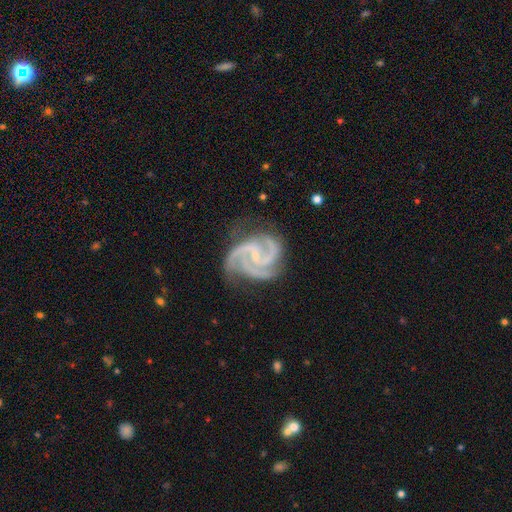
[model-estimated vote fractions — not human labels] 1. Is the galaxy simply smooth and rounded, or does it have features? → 93% featured or disk, 4% star or artifact, 3% smooth.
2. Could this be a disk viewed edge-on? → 98% no, 2% yes.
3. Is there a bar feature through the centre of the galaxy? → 52% no, 33% weak, 14% strong.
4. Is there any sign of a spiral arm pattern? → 99% yes, 1% no.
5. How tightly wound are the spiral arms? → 50% medium, 44% tight, 6% loose.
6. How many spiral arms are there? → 68% 3, 12% 4, 10% 2, 4% can't tell, 3% more than 4, 3% 1.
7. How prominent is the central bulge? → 78% small, 14% moderate, 6% none, 1% large, 1% dominant.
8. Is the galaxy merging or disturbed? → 70% none, 20% minor disturbance, 8% major disturbance, 2% merger.